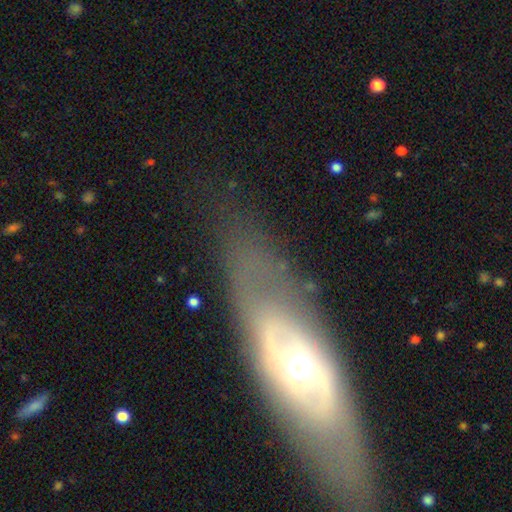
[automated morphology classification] Smooth or featured: featured or disk — 69% (smooth — 23%)
Edge-on disk: no — 77% (yes — 23%)
Bar: no — 65% (weak — 23%)
Spiral arms: no — 62% (yes — 38%)
Bulge size: moderate — 62% (small — 22%)
Merging: none — 75% (minor disturbance — 13%)